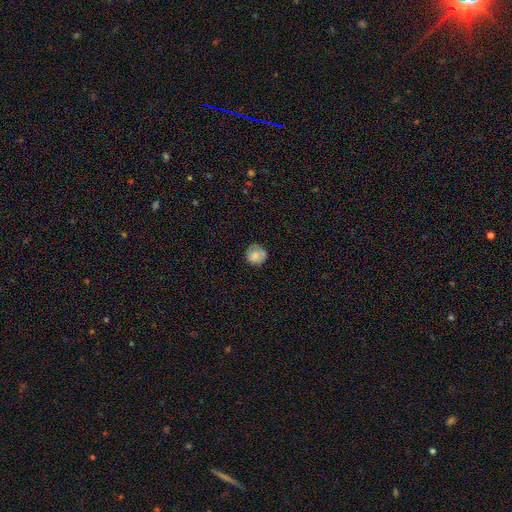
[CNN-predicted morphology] smooth_or_featured: smooth (p=0.76) [alt: featured or disk p=0.16]
how_rounded: round (p=0.90) [alt: in between p=0.09]
merging: none (p=0.75) [alt: minor disturbance p=0.19]